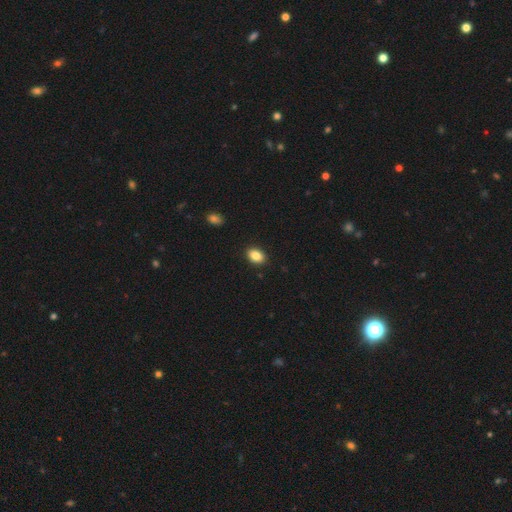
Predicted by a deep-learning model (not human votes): Q: Smooth or featured?
A: smooth (87%); runner-up: star or artifact (8%)
Q: How rounded?
A: in between (79%); runner-up: round (20%)
Q: Merging?
A: none (90%); runner-up: minor disturbance (7%)